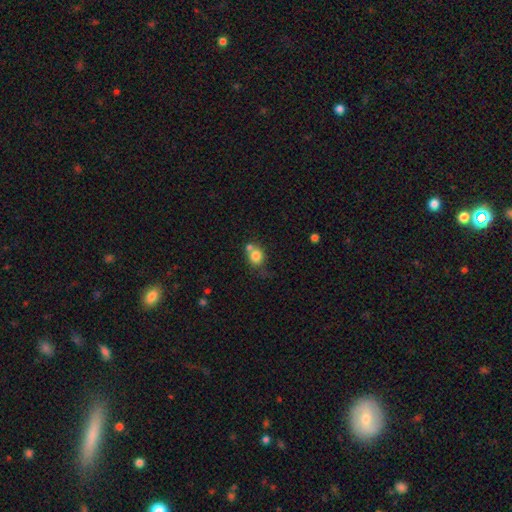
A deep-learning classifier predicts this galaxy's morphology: Smooth or featured: smooth — 79% (star or artifact — 11%)
How rounded: round — 76% (in between — 23%)
Merging: none — 46% (merger — 35%)